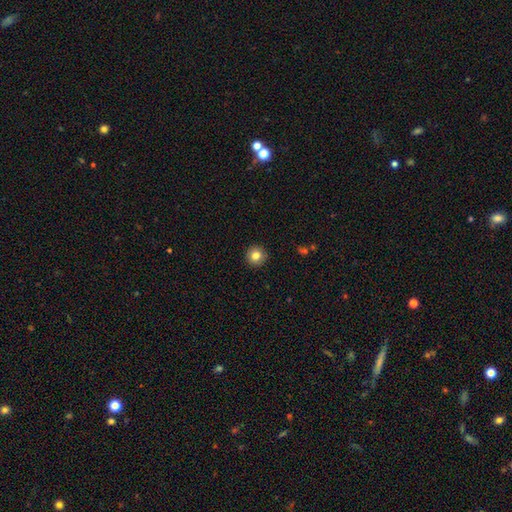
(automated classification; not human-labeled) This appears to be a smooth galaxy with no disk features (82%) that is round (95%). Merging: none (92%).